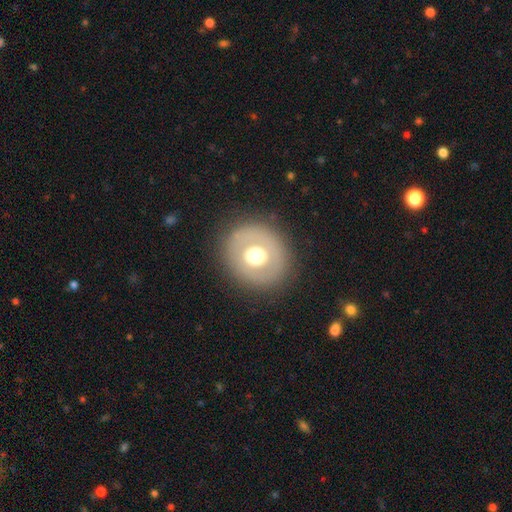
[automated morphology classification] A smooth galaxy with no disk features (51%) that is round (84%).

Vote fractions:
- Smooth or featured? smooth: 51% / featured or disk: 40% / star or artifact: 9%
- How rounded? round: 84% / in between: 15% / cigar-shaped: 1%
- Merging? none: 84% / minor disturbance: 9% / major disturbance: 6% / merger: 1%